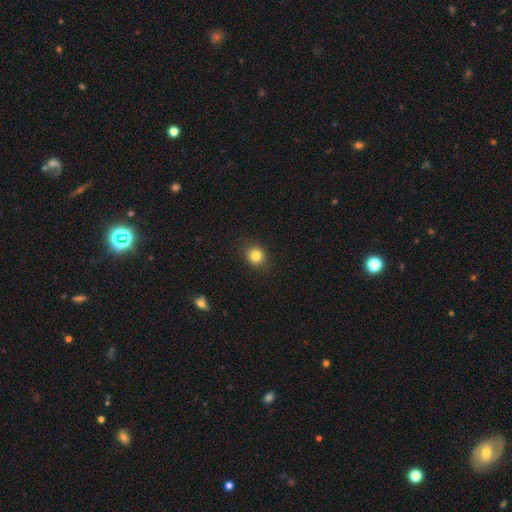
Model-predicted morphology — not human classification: Smooth or featured? Predicted: smooth (p=0.83). How rounded? Predicted: round (p=0.80). Merging? Predicted: none (p=0.90).